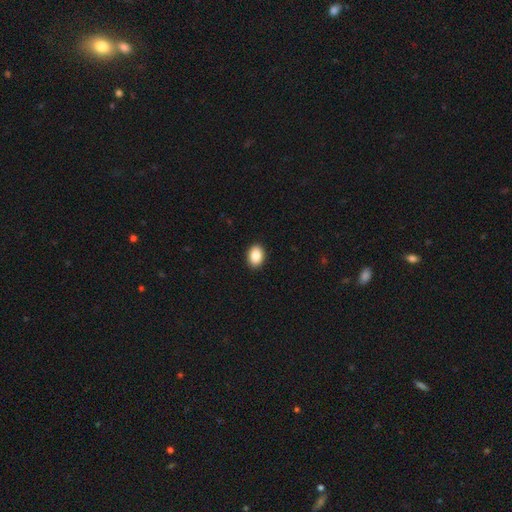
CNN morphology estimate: Overall: smooth (87%). How rounded: in between (77%). Merging: none (91%).